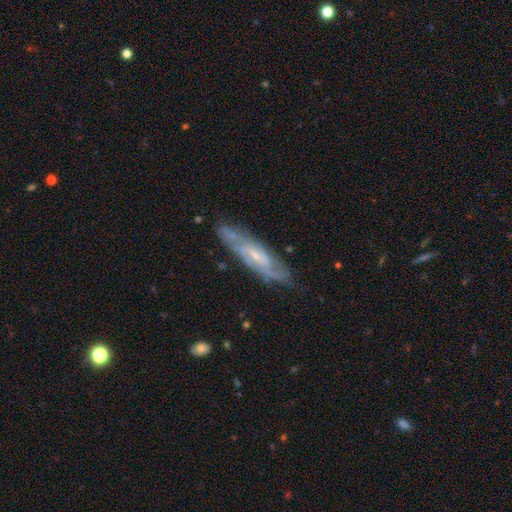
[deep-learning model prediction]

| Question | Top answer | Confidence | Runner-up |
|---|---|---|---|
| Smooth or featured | featured or disk | 77% | smooth (17%) |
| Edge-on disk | no | 69% | yes (31%) |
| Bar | weak | 48% | no (36%) |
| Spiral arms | yes | 88% | no (12%) |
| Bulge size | small | 63% | moderate (29%) |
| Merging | none | 75% | minor disturbance (18%) |